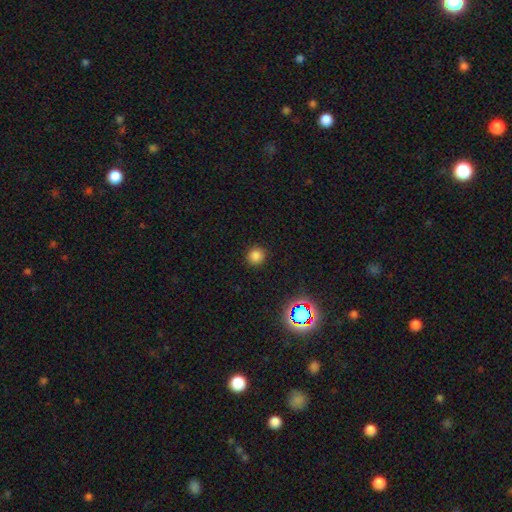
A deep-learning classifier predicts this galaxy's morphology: smooth 80%, star or artifact 16%, featured or disk 4%. Down the decision tree: how rounded — round (93%); merging — none (91%).